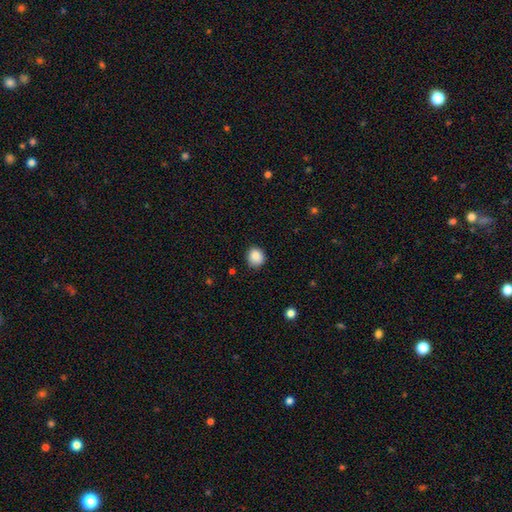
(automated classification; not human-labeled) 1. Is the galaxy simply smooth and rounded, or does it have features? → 87% smooth, 9% star or artifact, 4% featured or disk.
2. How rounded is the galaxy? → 84% round, 15% in between, 1% cigar-shaped.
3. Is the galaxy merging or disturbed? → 86% none, 11% minor disturbance, 2% major disturbance, 1% merger.